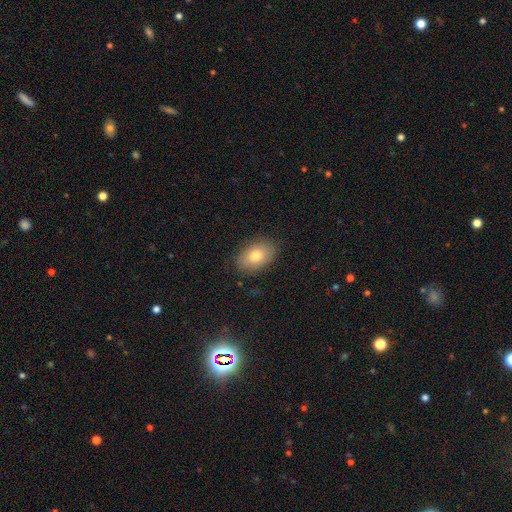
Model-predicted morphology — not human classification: Smooth or featured? smooth (78%)
How rounded? in between (86%)
Merging? none (85%)